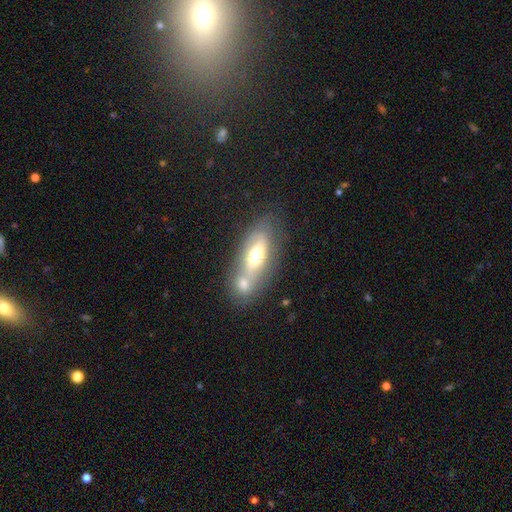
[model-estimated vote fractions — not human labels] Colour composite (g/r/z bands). It shows a smooth galaxy with no disk features (49%). Merging: merger (43%).